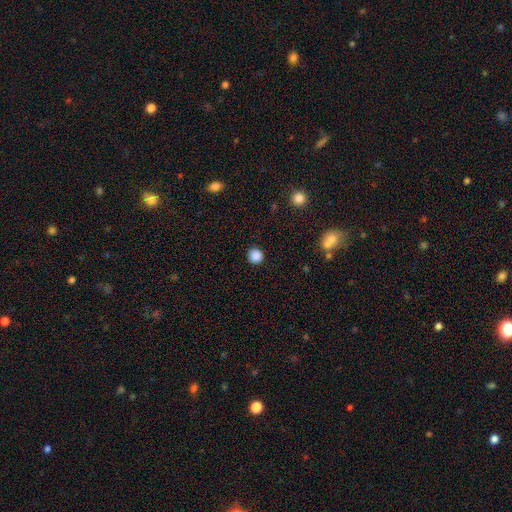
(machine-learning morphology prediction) Q: Smooth or featured?
A: smooth (86%); runner-up: star or artifact (11%)
Q: How rounded?
A: round (93%); runner-up: in between (6%)
Q: Merging?
A: none (91%); runner-up: minor disturbance (6%)